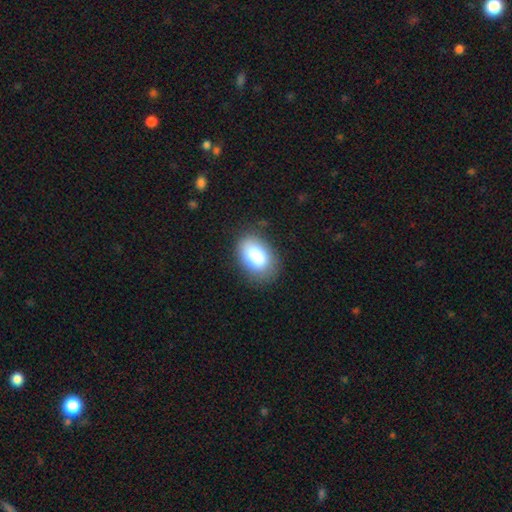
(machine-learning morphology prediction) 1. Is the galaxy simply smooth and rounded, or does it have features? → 83% smooth, 9% featured or disk, 8% star or artifact.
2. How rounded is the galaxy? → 87% in between, 12% round, 1% cigar-shaped.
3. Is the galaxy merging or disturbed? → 81% none, 14% minor disturbance, 4% major disturbance, 1% merger.